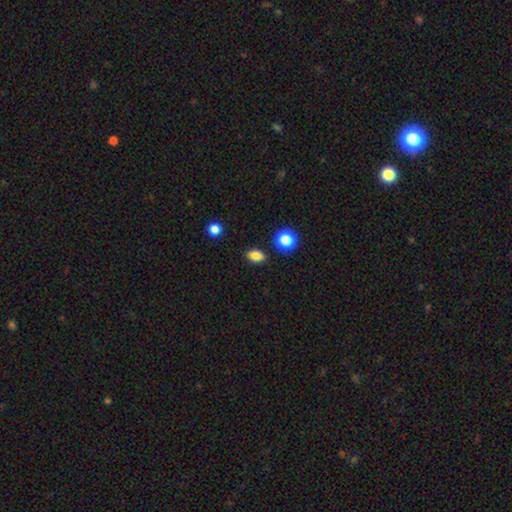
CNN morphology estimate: Smooth or featured? Predicted: smooth (p=0.84). How rounded? Predicted: in between (p=0.76). Merging? Predicted: none (p=0.86).